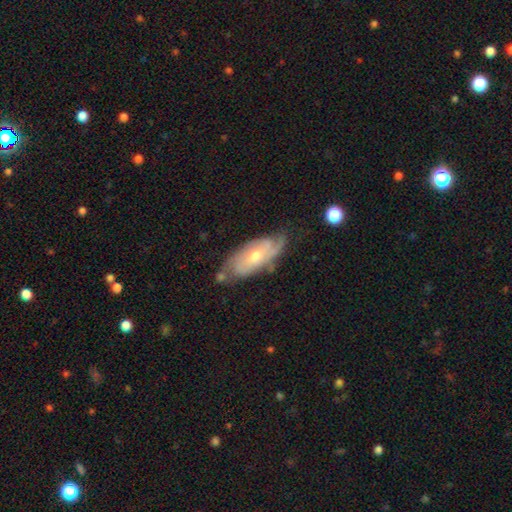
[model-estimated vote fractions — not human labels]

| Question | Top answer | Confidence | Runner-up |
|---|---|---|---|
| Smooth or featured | featured or disk | 70% | smooth (24%) |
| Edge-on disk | no | 88% | yes (12%) |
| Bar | no | 66% | weak (28%) |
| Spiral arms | yes | 86% | no (14%) |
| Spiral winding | tight | 51% | medium (35%) |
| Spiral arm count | can't tell | 39% | 2 (37%) |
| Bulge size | moderate | 54% | small (42%) |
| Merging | none | 61% | minor disturbance (26%) |